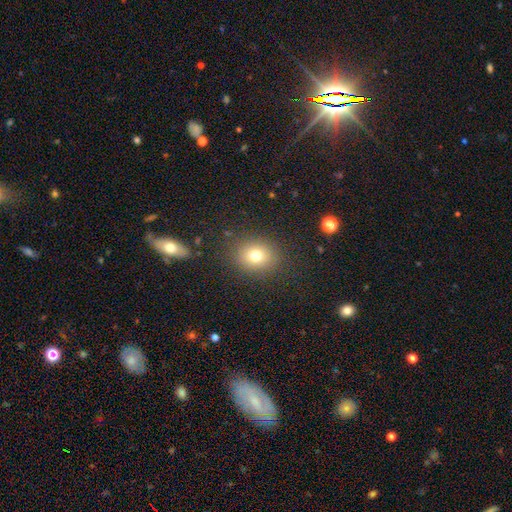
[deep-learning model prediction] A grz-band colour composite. It shows a smooth galaxy with no disk features (76%) that is round (69%). Merging: none (86%).